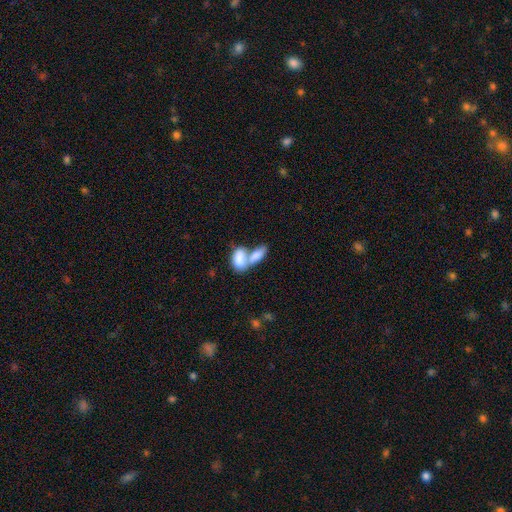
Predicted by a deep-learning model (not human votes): The model was most divided on "merging": merger: 72%, none: 17%, minor disturbance: 6%, major disturbance: 5%. More confident: how rounded — in between (90%); smooth or featured — smooth (79%).